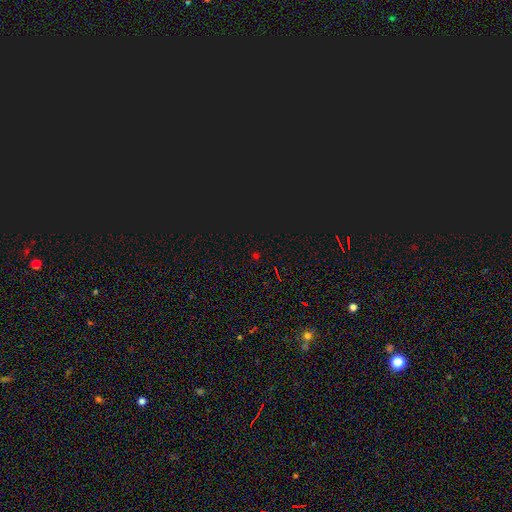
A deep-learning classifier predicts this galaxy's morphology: Smooth or featured? star or artifact (72%)